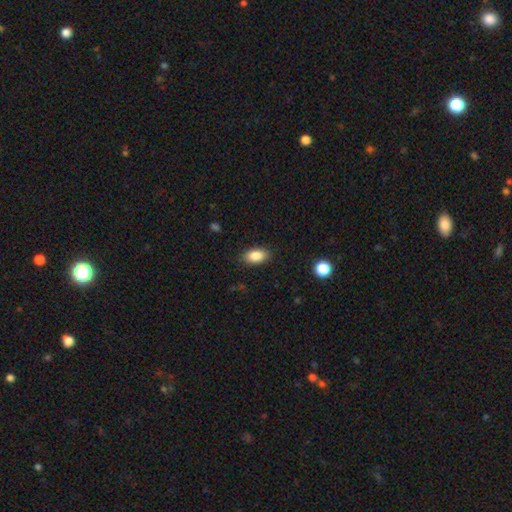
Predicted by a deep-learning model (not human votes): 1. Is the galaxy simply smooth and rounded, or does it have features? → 86% smooth, 8% star or artifact, 6% featured or disk.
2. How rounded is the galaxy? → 92% in between, 6% round, 3% cigar-shaped.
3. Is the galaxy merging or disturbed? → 86% none, 10% minor disturbance, 3% major disturbance, 1% merger.